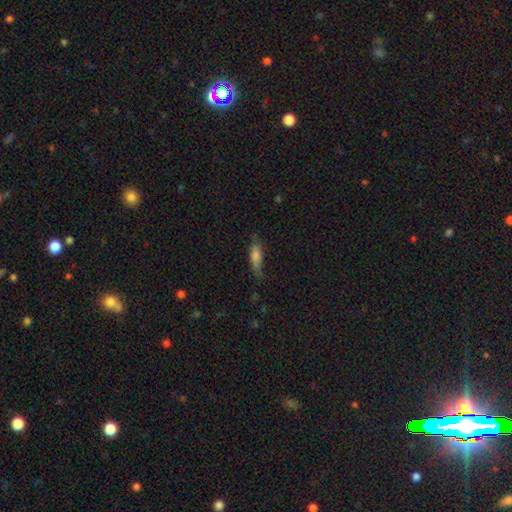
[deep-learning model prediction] Smooth or featured: smooth — 71% (featured or disk — 21%)
How rounded: cigar-shaped — 59% (in between — 39%)
Merging: none — 64% (minor disturbance — 27%)